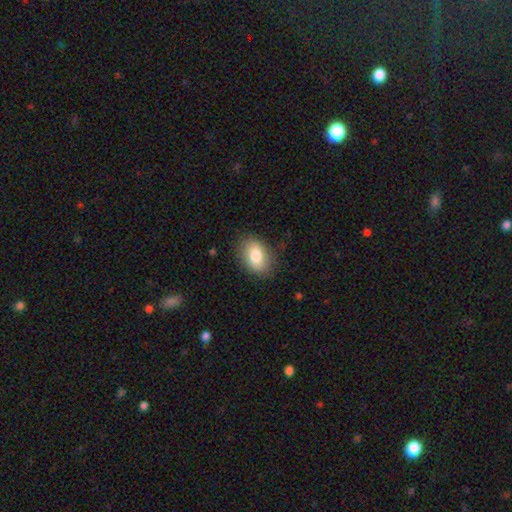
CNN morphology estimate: Smooth or featured?
  - smooth: 81% *
  - featured or disk: 12%
  - star or artifact: 7%
How rounded?
  - in between: 84% *
  - round: 14%
  - cigar-shaped: 2%
Merging?
  - none: 82% *
  - minor disturbance: 13%
  - major disturbance: 4%
  - merger: 1%